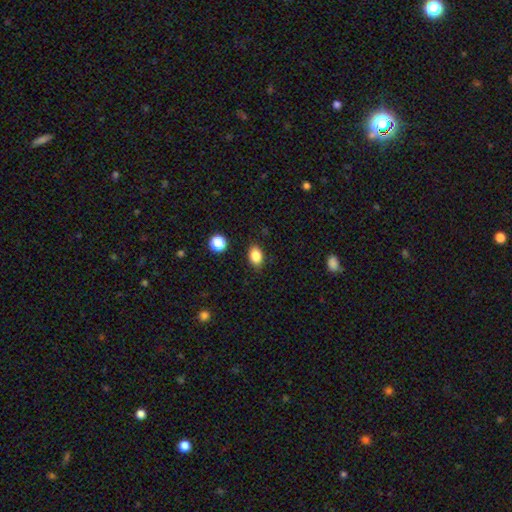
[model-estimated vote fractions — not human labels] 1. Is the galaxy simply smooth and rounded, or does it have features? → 86% smooth, 9% star or artifact, 5% featured or disk.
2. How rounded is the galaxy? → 78% in between, 21% round, 1% cigar-shaped.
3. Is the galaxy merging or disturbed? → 86% none, 10% minor disturbance, 3% major disturbance, 2% merger.